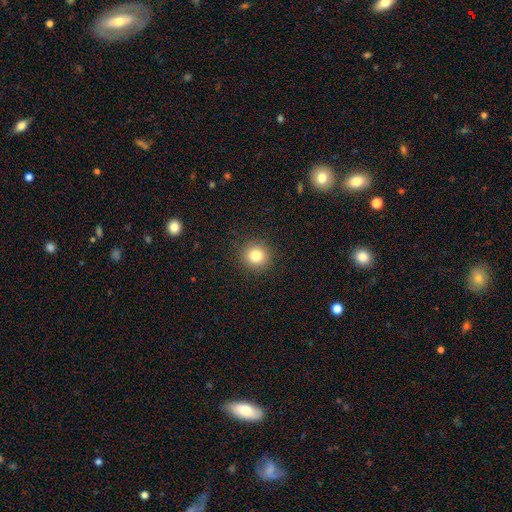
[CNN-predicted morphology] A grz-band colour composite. It shows a smooth galaxy with no disk features (82%) that is round (93%). Merging: none (91%).